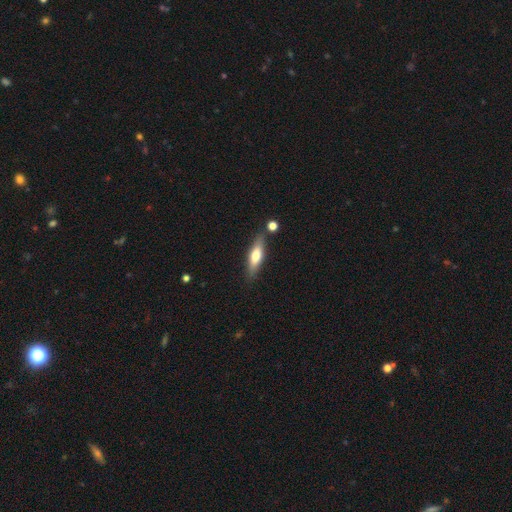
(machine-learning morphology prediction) Smooth or featured? smooth (60%)
How rounded? cigar-shaped (61%)
Merging? none (78%)